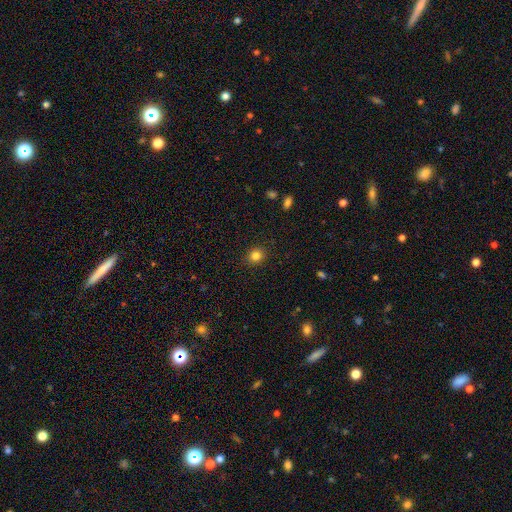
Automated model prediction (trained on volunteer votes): Smooth or featured? smooth (83%)
How rounded? round (81%)
Merging? none (90%)